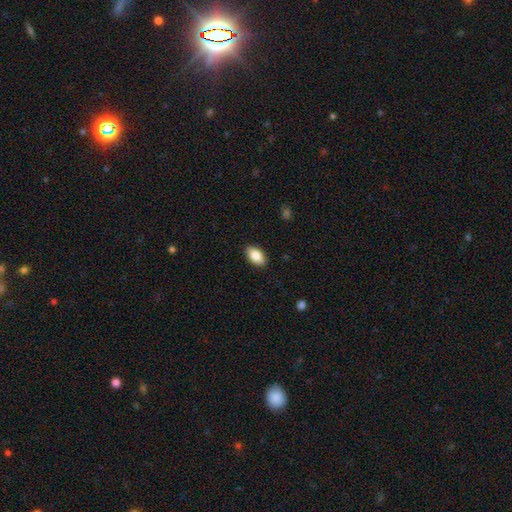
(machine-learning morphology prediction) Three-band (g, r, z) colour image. It shows a smooth galaxy with no disk features (86%) that is in between round and cigar-shaped (93%). Merging: none (89%).